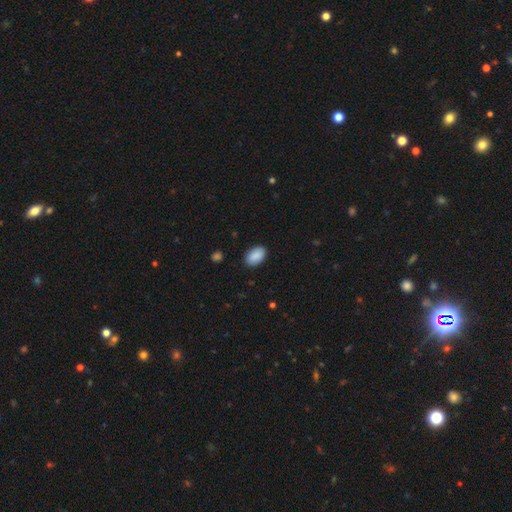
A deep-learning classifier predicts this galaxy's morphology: This appears to be a smooth galaxy with no disk features (90%) that is in between round and cigar-shaped (92%). Merging: none (88%).